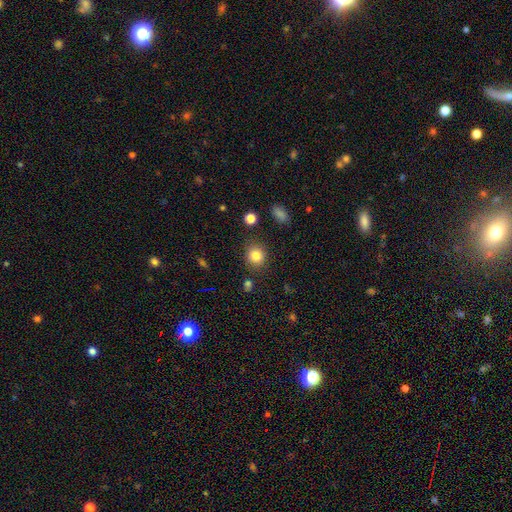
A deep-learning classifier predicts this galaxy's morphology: Q: Smooth or featured?
A: smooth (84%); runner-up: star or artifact (11%)
Q: How rounded?
A: round (82%); runner-up: in between (17%)
Q: Merging?
A: none (85%); runner-up: minor disturbance (9%)